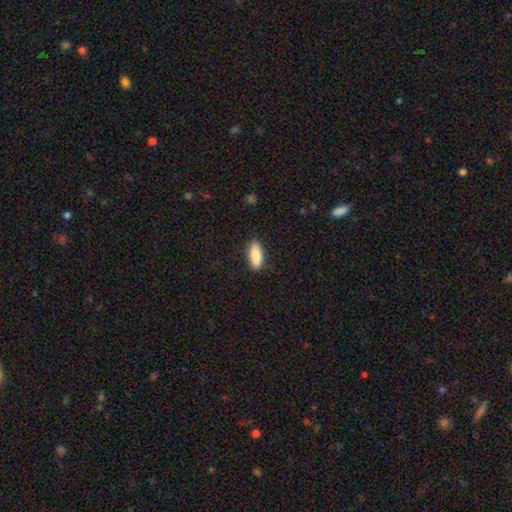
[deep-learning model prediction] Smooth or featured: smooth — 85% (featured or disk — 9%)
How rounded: in between — 75% (cigar-shaped — 23%)
Merging: none — 88% (minor disturbance — 9%)